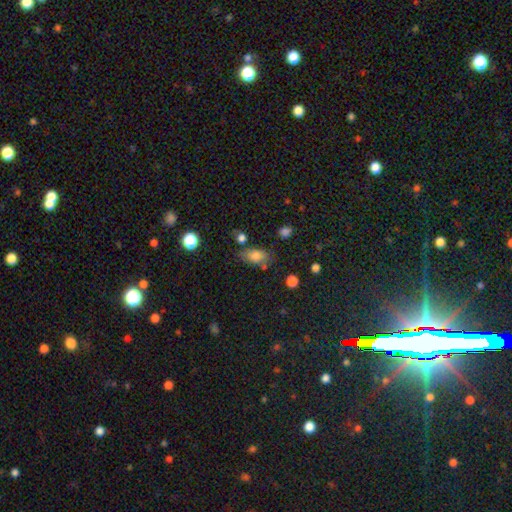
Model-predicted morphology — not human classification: smooth_or_featured: smooth (p=0.79) [alt: featured or disk p=0.11]
how_rounded: in between (p=0.85) [alt: round p=0.11]
merging: none (p=0.67) [alt: minor disturbance p=0.18]